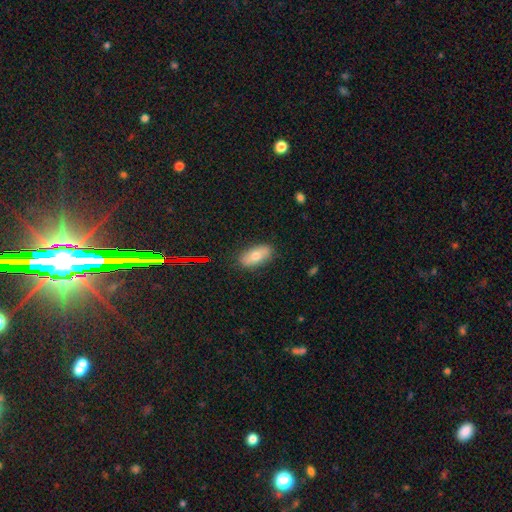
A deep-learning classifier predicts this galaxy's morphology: A smooth galaxy with no disk features (71%) that is in between round and cigar-shaped (88%). Merging: none (85%).